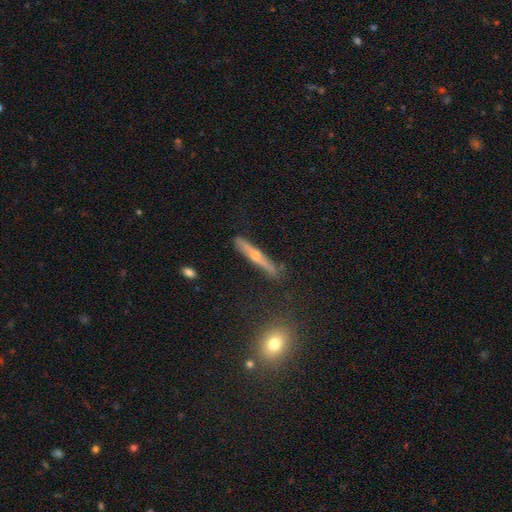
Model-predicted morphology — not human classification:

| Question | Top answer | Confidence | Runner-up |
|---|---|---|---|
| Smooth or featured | featured or disk | 55% | smooth (37%) |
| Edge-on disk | yes | 94% | no (6%) |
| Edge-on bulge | rounded | 72% | none (23%) |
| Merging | none | 83% | minor disturbance (12%) |